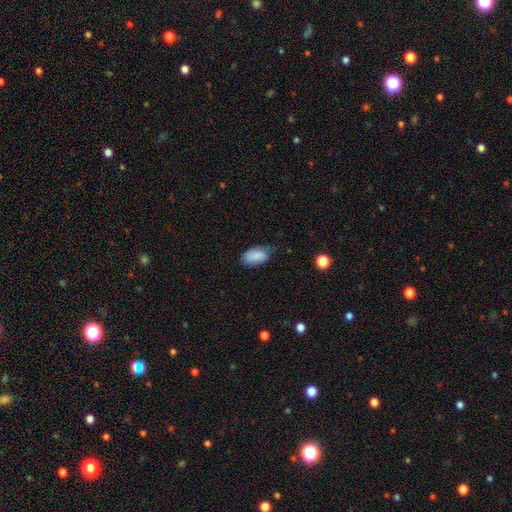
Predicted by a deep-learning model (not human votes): Smooth or featured? smooth (86%)
How rounded? in between (93%)
Merging? none (62%)